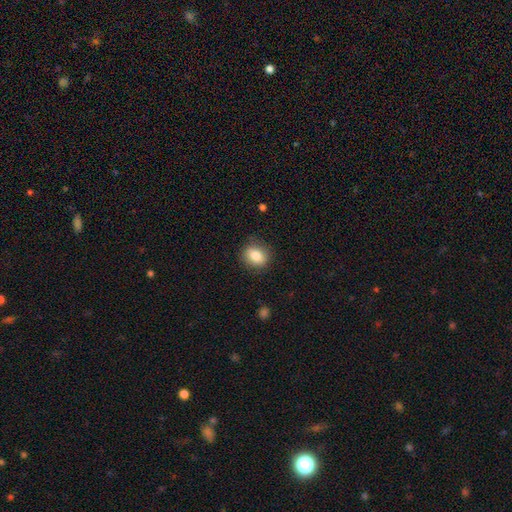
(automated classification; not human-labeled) Smooth or featured?
  - smooth: 83% *
  - star or artifact: 9%
  - featured or disk: 8%
How rounded?
  - round: 59% *
  - in between: 40%
  - cigar-shaped: 1%
Merging?
  - none: 84% *
  - minor disturbance: 11%
  - major disturbance: 3%
  - merger: 1%